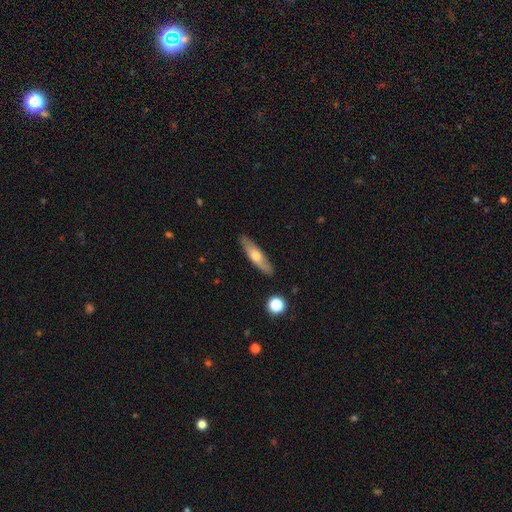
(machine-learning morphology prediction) This is possibly a smooth galaxy (50%). How rounded: likely cigar-shaped (71%). Merging: clearly none (87%).